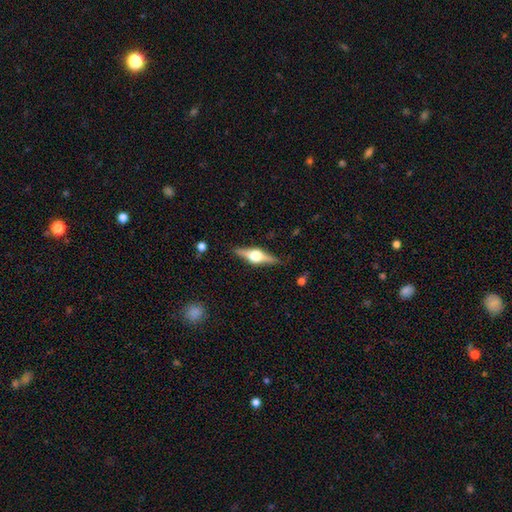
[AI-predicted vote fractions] Smooth or featured? featured or disk (78%)
Edge-on disk? yes (97%)
Edge-on bulge? rounded (94%)
Merging? none (89%)